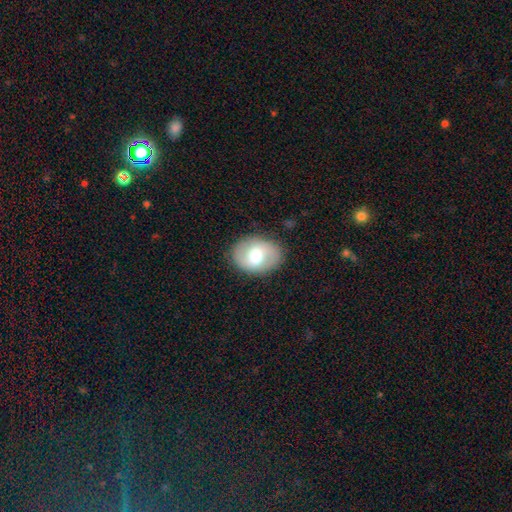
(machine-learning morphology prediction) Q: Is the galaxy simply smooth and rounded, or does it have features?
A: smooth — 55%.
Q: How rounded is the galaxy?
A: in between — 67%.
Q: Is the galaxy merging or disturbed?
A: none — 84%.